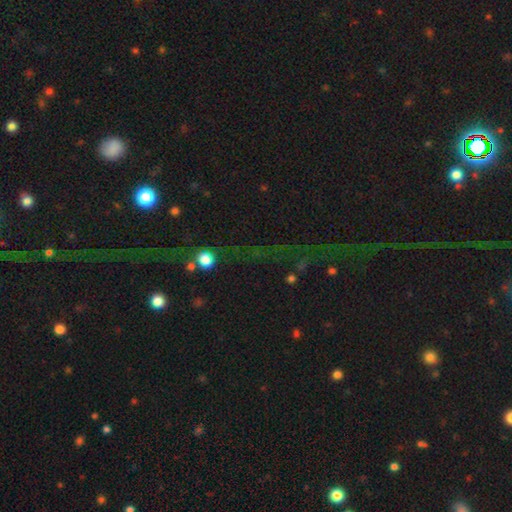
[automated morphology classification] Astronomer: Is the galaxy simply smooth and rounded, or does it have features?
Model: star or artifact — 69%.